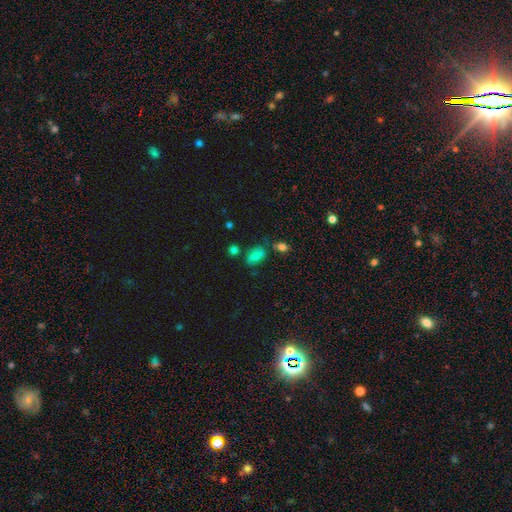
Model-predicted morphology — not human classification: smooth 71%, star or artifact 15%, featured or disk 14%. Down the decision tree: how rounded — in between (85%); merging — none (60%).